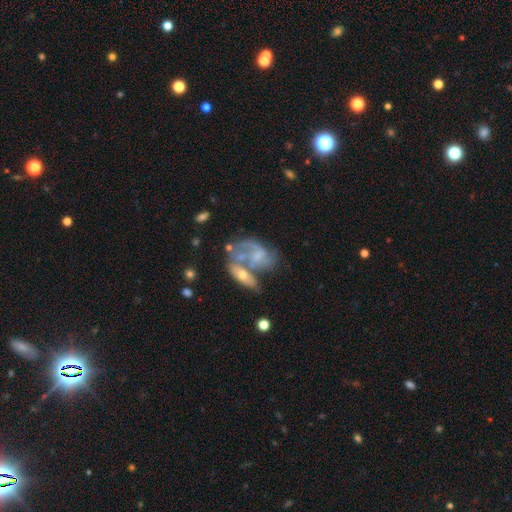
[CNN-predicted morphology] A featured or disk galaxy (66%) with no bar (57%), spiral arms (63%) and a small central bulge (44%). Merging: merger (45%).